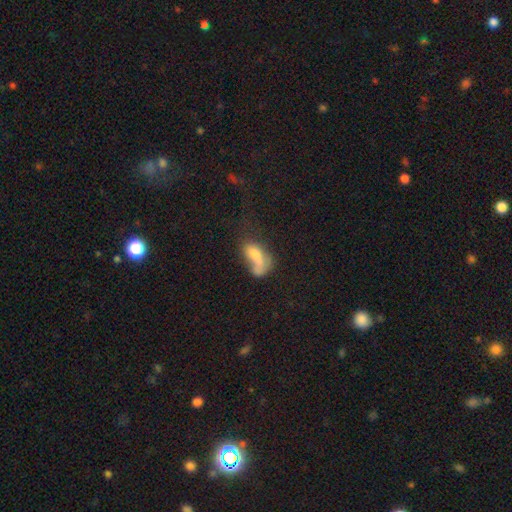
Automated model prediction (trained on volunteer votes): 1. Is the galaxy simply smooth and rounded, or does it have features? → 60% smooth, 29% featured or disk, 11% star or artifact.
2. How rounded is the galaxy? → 83% in between, 8% cigar-shaped, 8% round.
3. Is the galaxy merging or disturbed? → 31% merger, 30% major disturbance, 22% none, 17% minor disturbance.